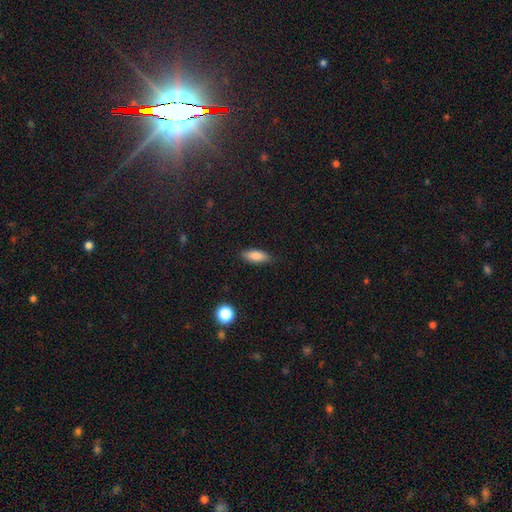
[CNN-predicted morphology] Smooth or featured?
  - smooth: 83% *
  - featured or disk: 10%
  - star or artifact: 7%
How rounded?
  - in between: 73% *
  - cigar-shaped: 24%
  - round: 3%
Merging?
  - none: 85% *
  - minor disturbance: 11%
  - major disturbance: 2%
  - merger: 1%